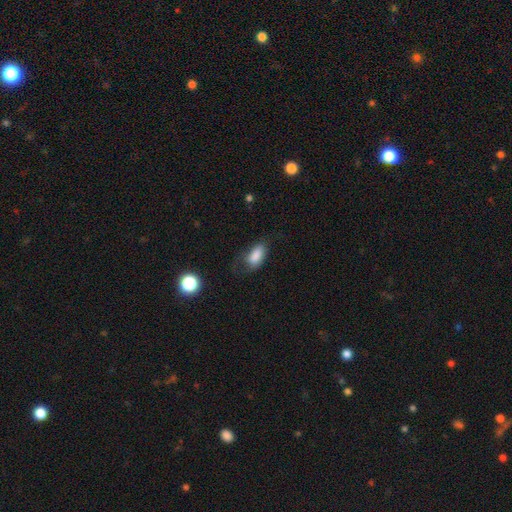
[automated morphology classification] A smooth galaxy with no disk features (82%) that is in between round and cigar-shaped (90%). Merging: none (47%).